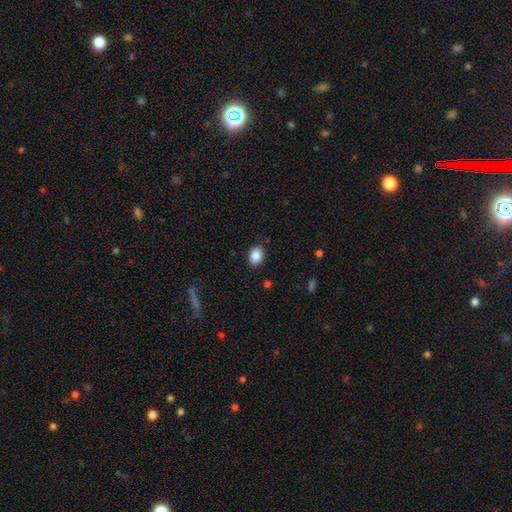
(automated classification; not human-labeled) Smooth or featured?
  - smooth: 87% *
  - star or artifact: 9%
  - featured or disk: 5%
How rounded?
  - in between: 70% *
  - round: 29%
  - cigar-shaped: 1%
Merging?
  - none: 88% *
  - minor disturbance: 9%
  - major disturbance: 2%
  - merger: 1%